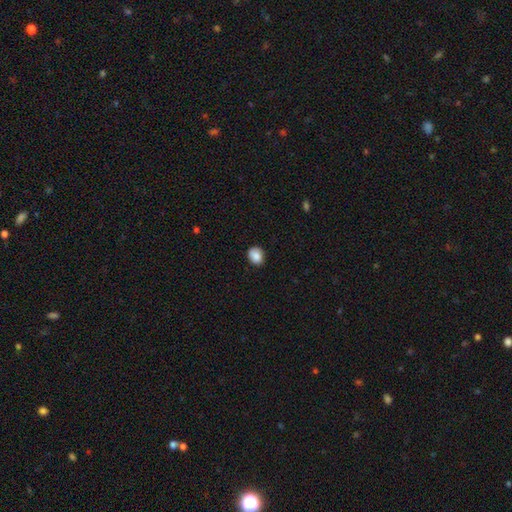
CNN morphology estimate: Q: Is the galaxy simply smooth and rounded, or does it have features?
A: smooth — 87%.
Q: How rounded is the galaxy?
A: round — 54%.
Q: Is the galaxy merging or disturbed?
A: none — 84%.